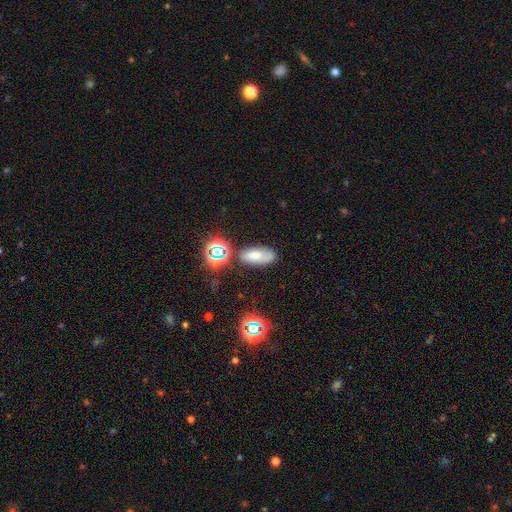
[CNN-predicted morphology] Smooth or featured?
  - smooth: 59% *
  - star or artifact: 22%
  - featured or disk: 19%
How rounded?
  - in between: 85% *
  - cigar-shaped: 8%
  - round: 7%
Merging?
  - none: 66% *
  - minor disturbance: 19%
  - merger: 8%
  - major disturbance: 7%